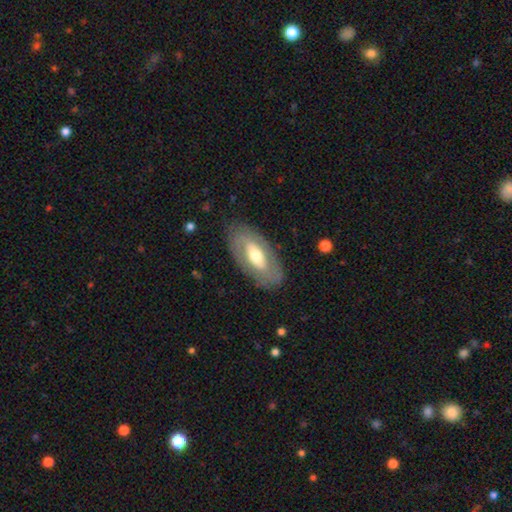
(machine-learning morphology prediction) This appears to be a featured or disk galaxy (61%) with no bar (57%), no spiral arms (59%) and a moderate central bulge (65%). Merging: none (81%).